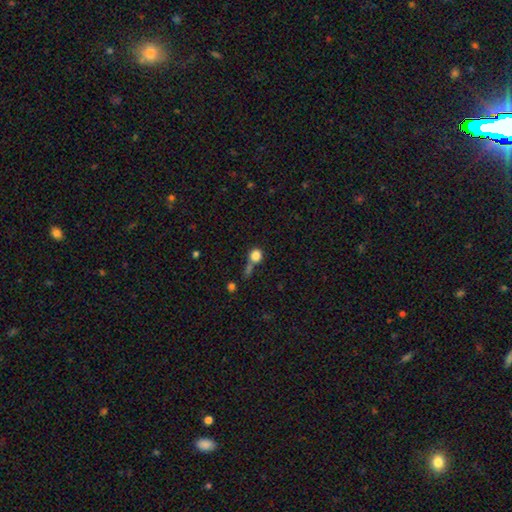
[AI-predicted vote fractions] A smooth galaxy with no disk features (82%) that is round (88%). Merging: none (50%).